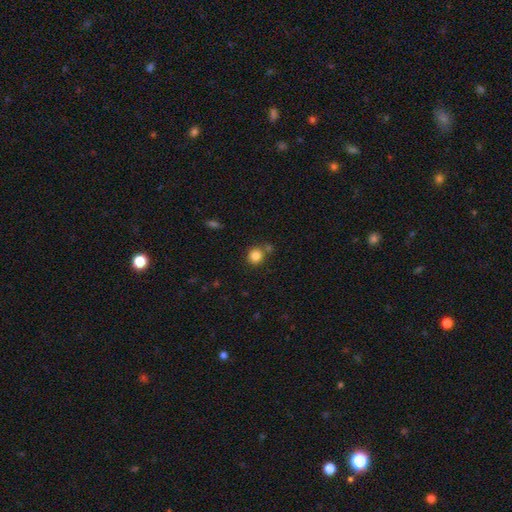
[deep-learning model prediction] This appears to be a smooth galaxy with no disk features (83%) that is round (88%). Merging: none (72%).